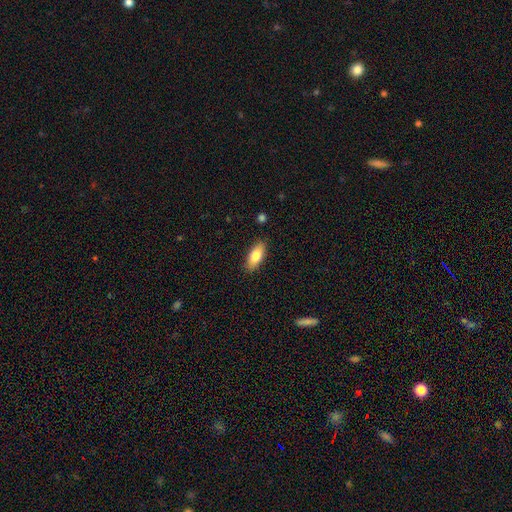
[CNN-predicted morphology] A smooth galaxy with no disk features (78%) that is in between round and cigar-shaped (81%). Merging: none (87%).